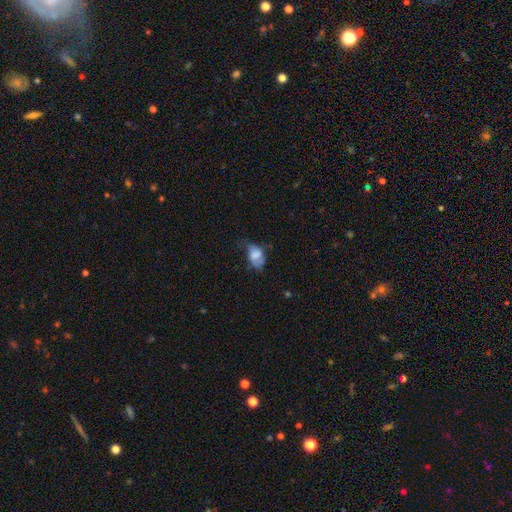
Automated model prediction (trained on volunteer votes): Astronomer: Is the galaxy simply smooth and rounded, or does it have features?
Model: smooth — 63%.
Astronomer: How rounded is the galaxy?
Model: in between — 84%.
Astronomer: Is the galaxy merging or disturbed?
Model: minor disturbance — 34% (runner-up: none, 32%).